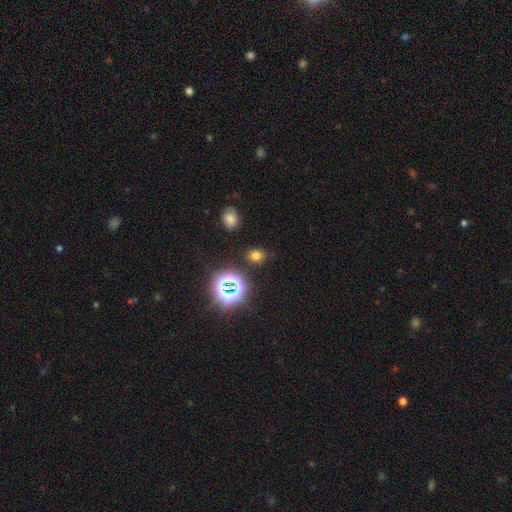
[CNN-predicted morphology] A smooth galaxy with no disk features (66%) that is in between round and cigar-shaped (53%).

Vote fractions:
- Smooth or featured? smooth: 66% / star or artifact: 28% / featured or disk: 6%
- How rounded? in between: 53% / round: 46% / cigar-shaped: 1%
- Merging? none: 82% / minor disturbance: 12% / major disturbance: 4% / merger: 3%